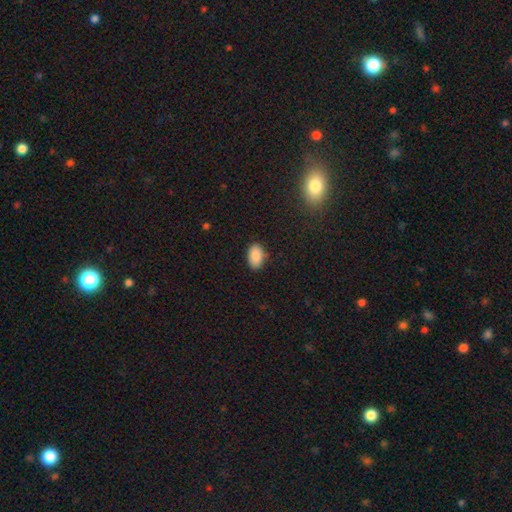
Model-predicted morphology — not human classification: type=smooth (87%); roundness=in between (92%); merging=none (85%).